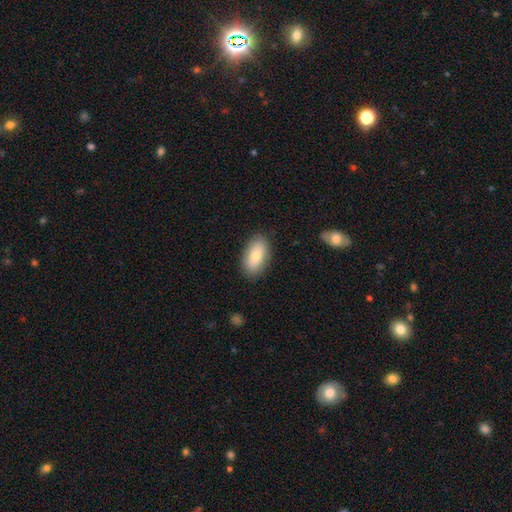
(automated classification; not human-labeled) Smooth or featured? Predicted: smooth (p=0.76). How rounded? Predicted: in between (p=0.92). Merging? Predicted: none (p=0.86).